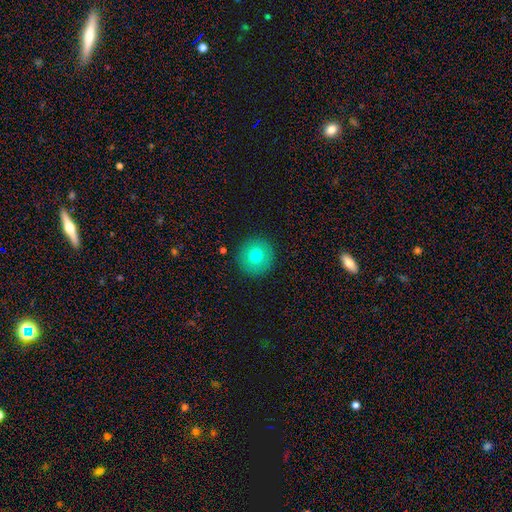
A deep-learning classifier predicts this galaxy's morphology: type=smooth (74%); roundness=round (95%); merging=none (91%).